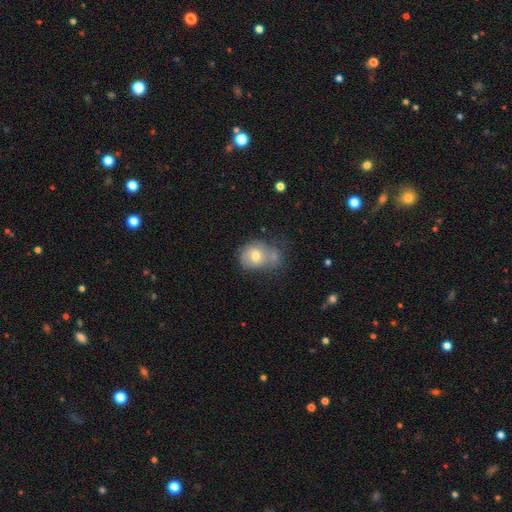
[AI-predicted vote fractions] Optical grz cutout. It shows a smooth galaxy with no disk features (64%) that is round (53%). Merging: merger (33%).